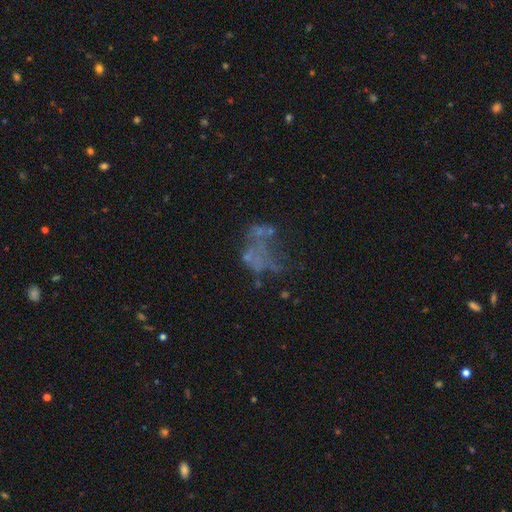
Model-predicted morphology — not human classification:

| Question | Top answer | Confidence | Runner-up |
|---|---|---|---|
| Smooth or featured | featured or disk | 54% | smooth (24%) |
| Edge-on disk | no | 98% | yes (2%) |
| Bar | no | 96% | weak (3%) |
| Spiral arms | no | 96% | yes (4%) |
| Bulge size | none | 88% | small (6%) |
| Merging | none | 36% | major disturbance (32%) |